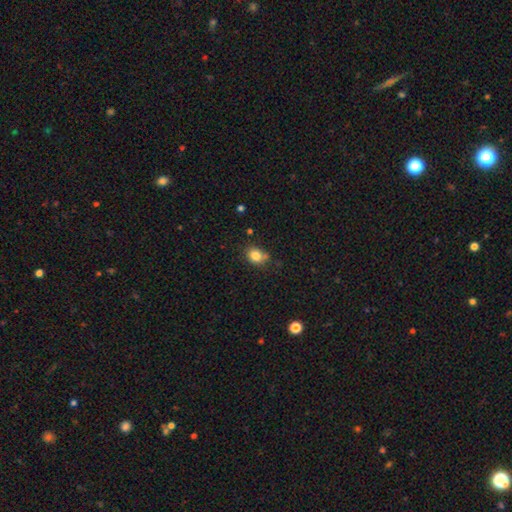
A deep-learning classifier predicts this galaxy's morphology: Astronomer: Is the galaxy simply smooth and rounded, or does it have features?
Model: smooth — 83%.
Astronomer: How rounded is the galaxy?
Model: round — 57% (runner-up: in between, 42%).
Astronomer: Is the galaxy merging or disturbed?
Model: none — 65%.